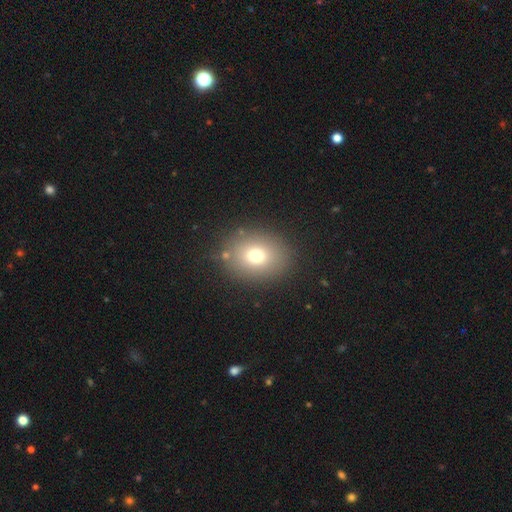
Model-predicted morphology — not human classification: Q: Smooth or featured?
A: smooth (73%); runner-up: star or artifact (15%)
Q: How rounded?
A: round (62%); runner-up: in between (37%)
Q: Merging?
A: none (85%); runner-up: minor disturbance (9%)